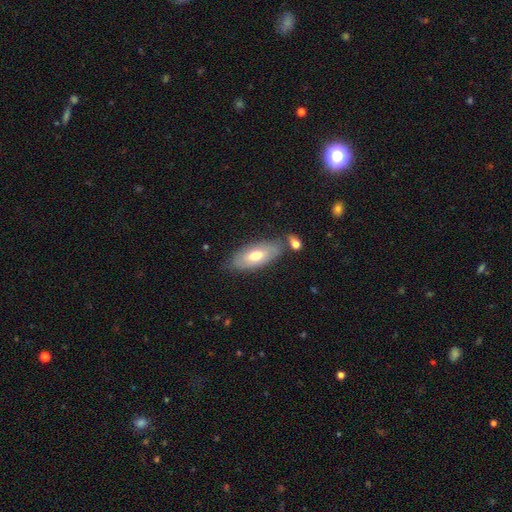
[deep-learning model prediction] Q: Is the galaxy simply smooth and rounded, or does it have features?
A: smooth — 67%.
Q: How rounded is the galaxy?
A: in between — 85%.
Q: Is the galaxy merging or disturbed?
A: none — 70%.